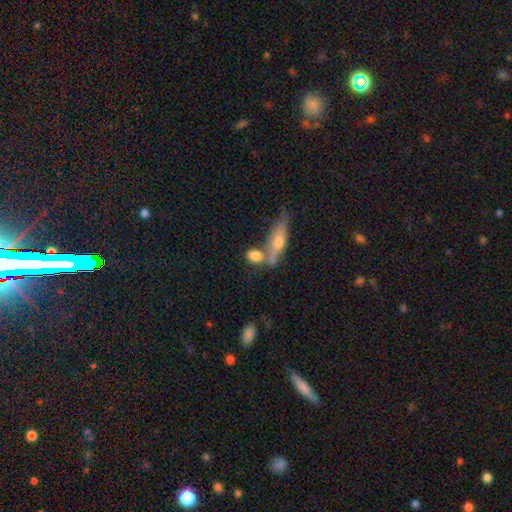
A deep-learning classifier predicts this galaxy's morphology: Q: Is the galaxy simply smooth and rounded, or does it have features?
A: smooth — 75%.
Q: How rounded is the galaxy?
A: in between — 73%.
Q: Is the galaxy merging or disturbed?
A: none — 43%.